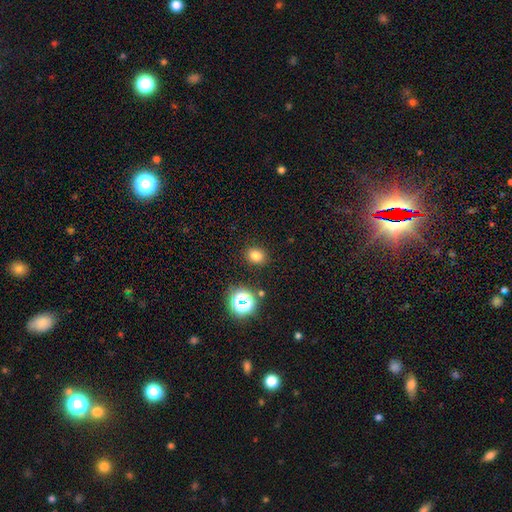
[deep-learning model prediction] This is likely a smooth galaxy (77%). How rounded: likely round (60%). Merging: clearly none (87%).